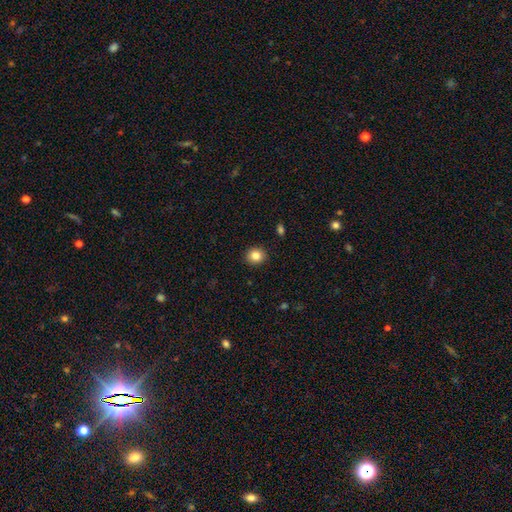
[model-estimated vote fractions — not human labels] This appears to be a smooth galaxy with no disk features (84%) that is round (77%). Merging: none (91%).